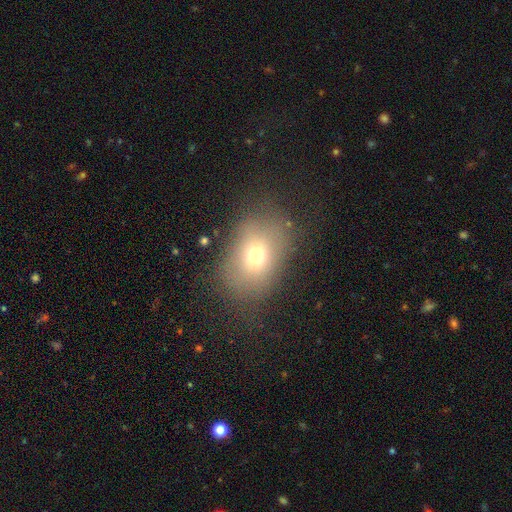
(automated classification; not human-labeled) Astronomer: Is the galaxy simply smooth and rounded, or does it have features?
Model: smooth — 68%.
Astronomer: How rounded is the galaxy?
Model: in between — 70%.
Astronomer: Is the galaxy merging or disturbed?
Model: none — 69%.